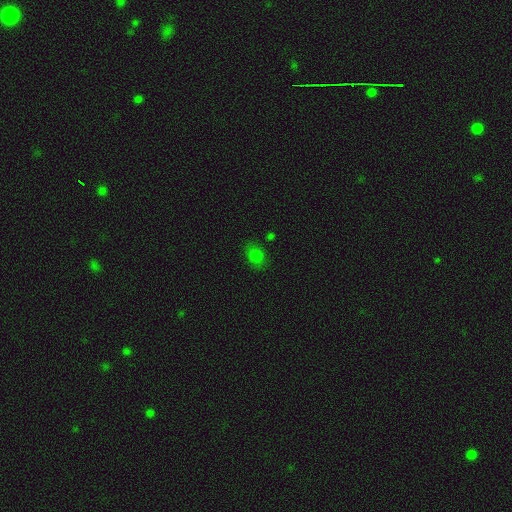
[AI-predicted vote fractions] Morphology: type=smooth (74%); roundness=round (51%); merging=none (80%).